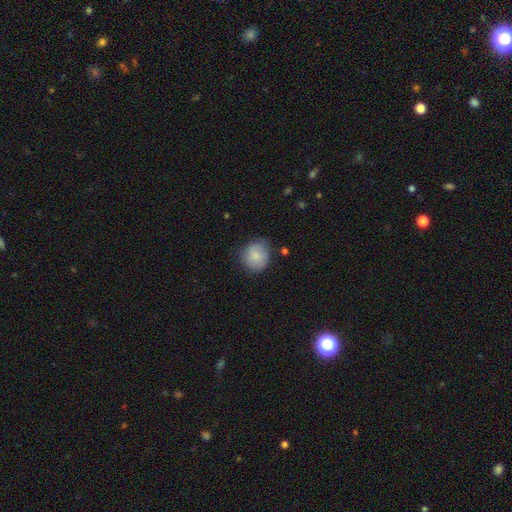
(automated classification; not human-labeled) This is clearly a smooth galaxy (82%). How rounded: likely round (79%). Merging: likely none (70%).